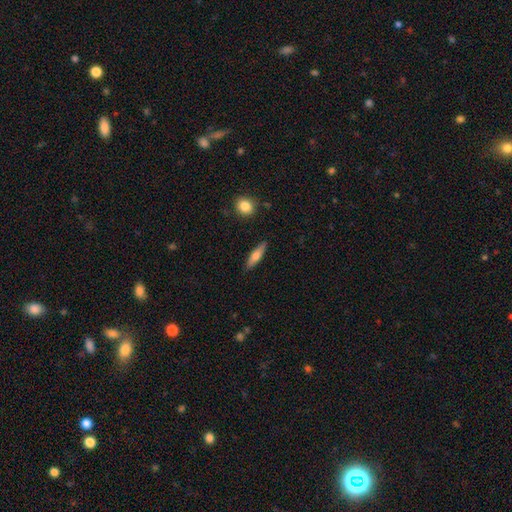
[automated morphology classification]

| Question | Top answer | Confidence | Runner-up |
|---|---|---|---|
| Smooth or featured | smooth | 60% | featured or disk (34%) |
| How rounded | cigar-shaped | 71% | in between (26%) |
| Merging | none | 87% | minor disturbance (9%) |